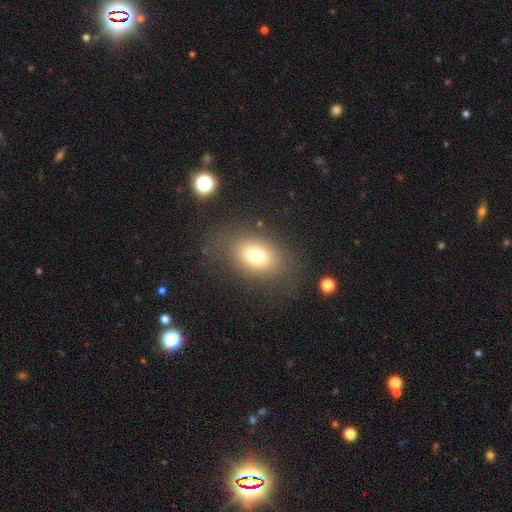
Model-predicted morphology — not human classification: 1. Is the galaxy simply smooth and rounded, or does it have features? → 74% smooth, 14% featured or disk, 13% star or artifact.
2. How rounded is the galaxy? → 77% in between, 22% round, 2% cigar-shaped.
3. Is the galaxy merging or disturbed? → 75% none, 13% minor disturbance, 9% major disturbance, 2% merger.